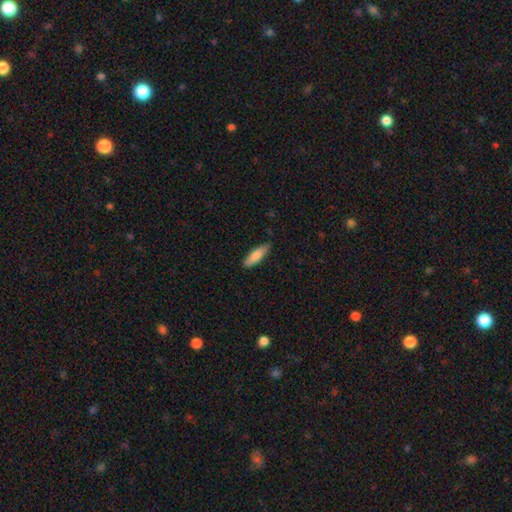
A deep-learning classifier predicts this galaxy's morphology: The model was most divided on "how rounded": cigar-shaped: 52%, in between: 47%, round: 2%. More confident: merging — none (83%); smooth or featured — smooth (82%).